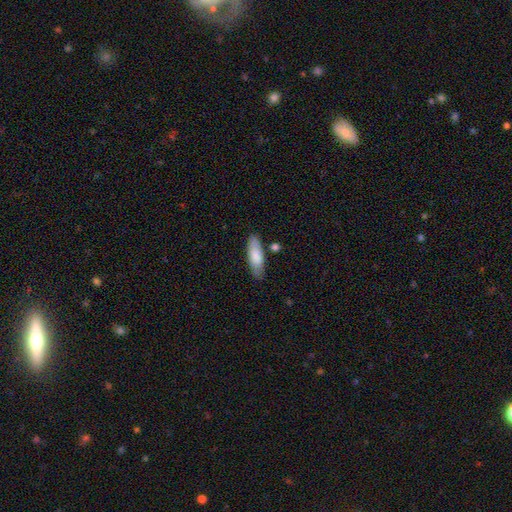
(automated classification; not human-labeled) Morphology: type=smooth (80%); roundness=in between (57%); merging=none (78%).